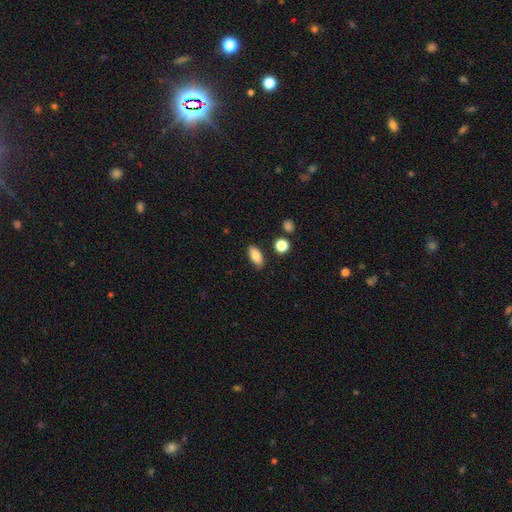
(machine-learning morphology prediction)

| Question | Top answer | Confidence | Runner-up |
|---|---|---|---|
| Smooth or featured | smooth | 83% | featured or disk (9%) |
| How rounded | in between | 87% | cigar-shaped (8%) |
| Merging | none | 84% | minor disturbance (11%) |